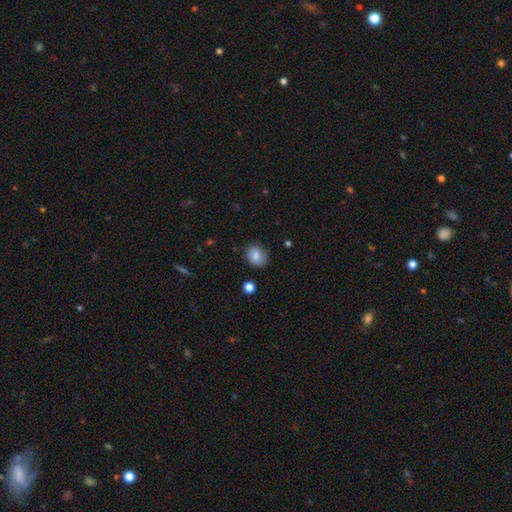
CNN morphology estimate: This is clearly a smooth galaxy (84%). How rounded: possibly in between (57%). Merging: clearly none (80%).